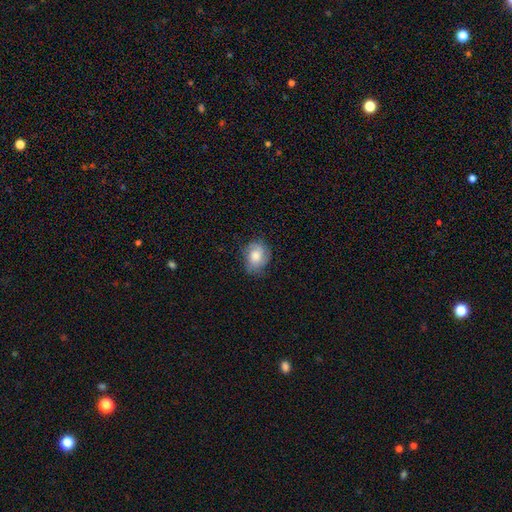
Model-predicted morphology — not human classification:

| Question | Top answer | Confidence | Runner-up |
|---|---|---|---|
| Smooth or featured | smooth | 58% | featured or disk (33%) |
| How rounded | in between | 50% | round (48%) |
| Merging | none | 68% | minor disturbance (24%) |